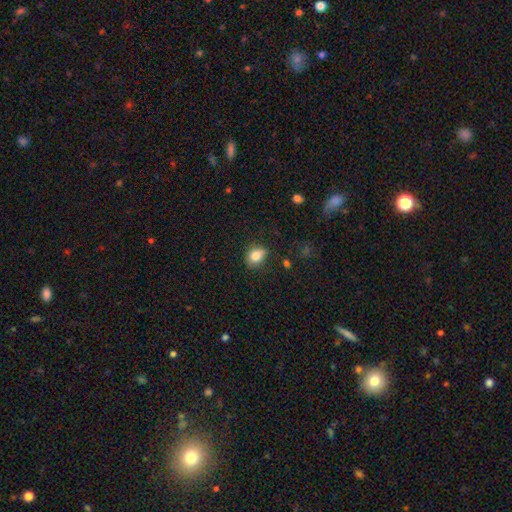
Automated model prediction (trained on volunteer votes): Smooth or featured? smooth (81%)
How rounded? in between (56%)
Merging? none (70%)